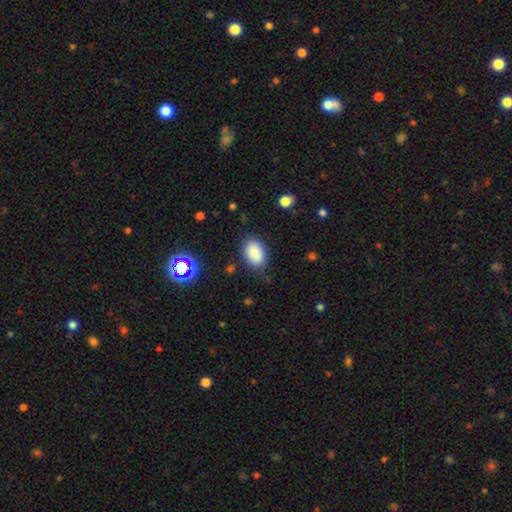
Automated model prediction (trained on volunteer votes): Q: Smooth or featured?
A: smooth (87%); runner-up: star or artifact (9%)
Q: How rounded?
A: in between (87%); runner-up: round (12%)
Q: Merging?
A: none (79%); runner-up: minor disturbance (15%)